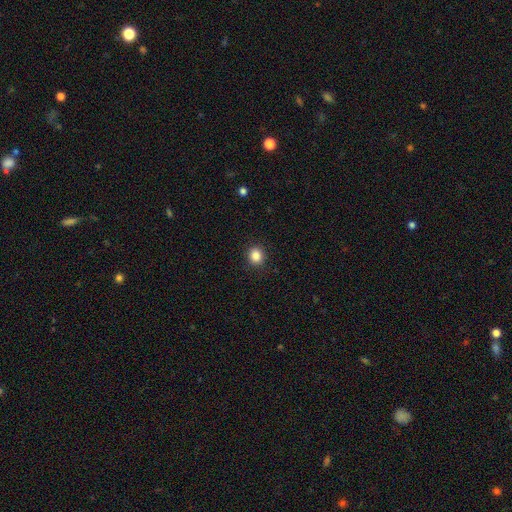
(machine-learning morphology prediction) smooth_or_featured: smooth (p=0.85) [alt: star or artifact p=0.10]
how_rounded: round (p=0.79) [alt: in between p=0.20]
merging: none (p=0.91) [alt: minor disturbance p=0.06]